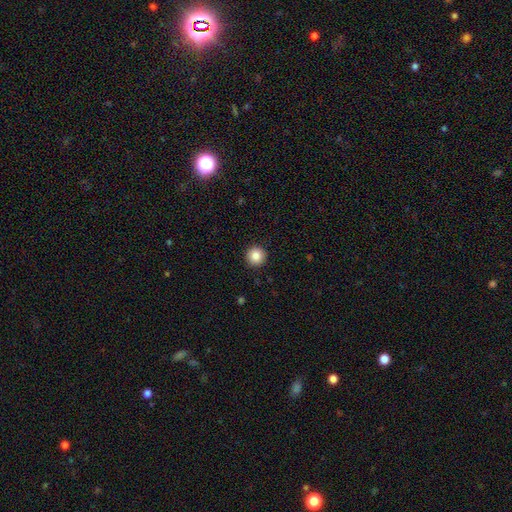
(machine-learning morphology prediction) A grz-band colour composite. It shows a smooth galaxy with no disk features (85%) that is round (96%). Merging: none (93%).